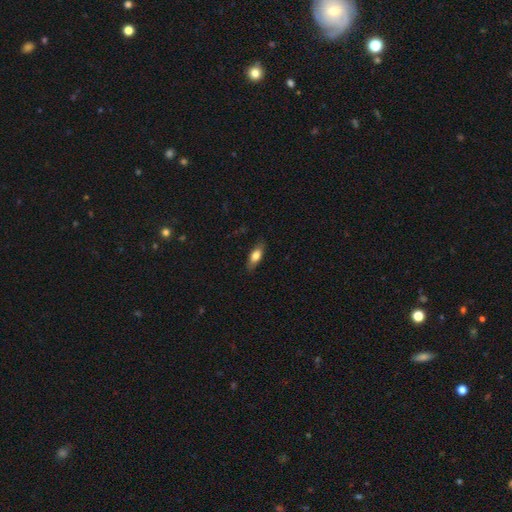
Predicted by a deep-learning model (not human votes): This is likely a smooth galaxy (73%). How rounded: likely in between (74%). Merging: clearly none (82%).